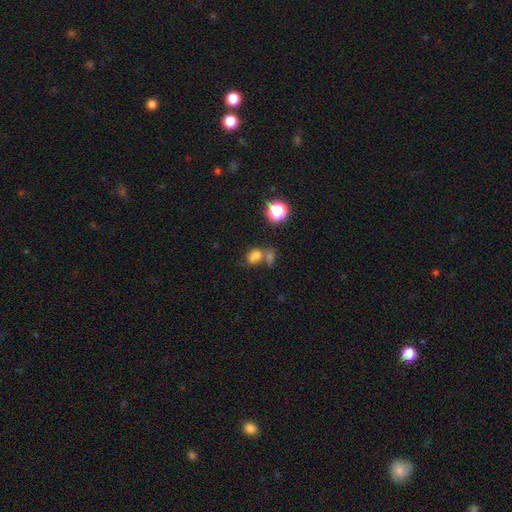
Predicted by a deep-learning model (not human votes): A smooth galaxy with no disk features (71%) that is in between round and cigar-shaped (61%).

Vote fractions:
- Smooth or featured? smooth: 71% / star or artifact: 18% / featured or disk: 12%
- How rounded? in between: 61% / round: 38% / cigar-shaped: 2%
- Merging? merger: 48% / none: 33% / minor disturbance: 11% / major disturbance: 8%